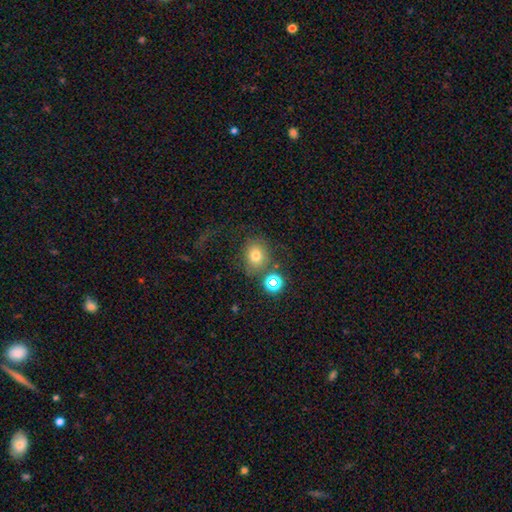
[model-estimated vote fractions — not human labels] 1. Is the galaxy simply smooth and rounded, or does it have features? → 73% smooth, 17% star or artifact, 10% featured or disk.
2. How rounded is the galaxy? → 70% round, 29% in between, 1% cigar-shaped.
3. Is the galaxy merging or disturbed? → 65% none, 14% minor disturbance, 12% merger, 9% major disturbance.